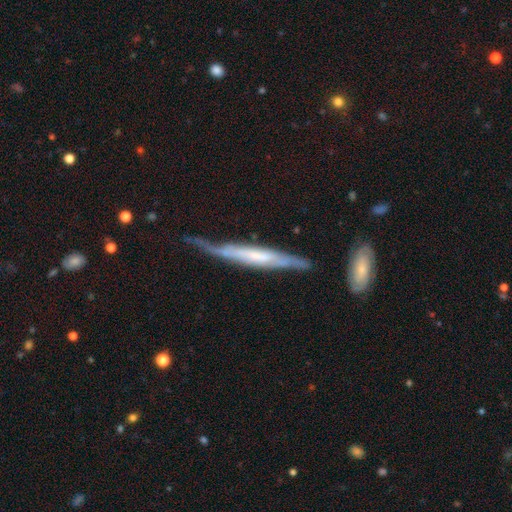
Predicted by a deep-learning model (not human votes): featured or disk 68%, smooth 26%, star or artifact 6%. Down the decision tree: edge-on disk — yes (81%); edge-on bulge — none (50%); merging — none (55%).